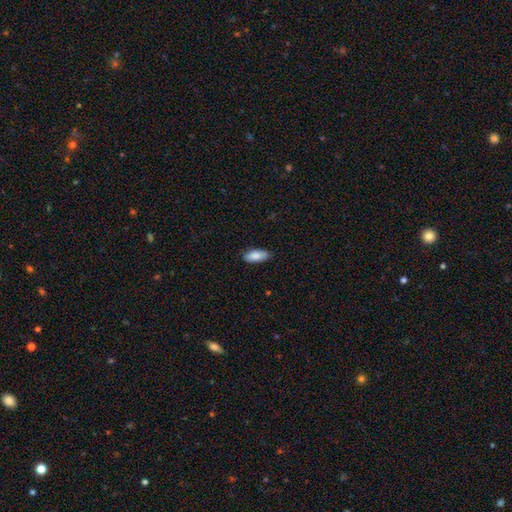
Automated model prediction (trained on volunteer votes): Morphology: type=smooth (85%); roundness=in between (84%); merging=none (85%).